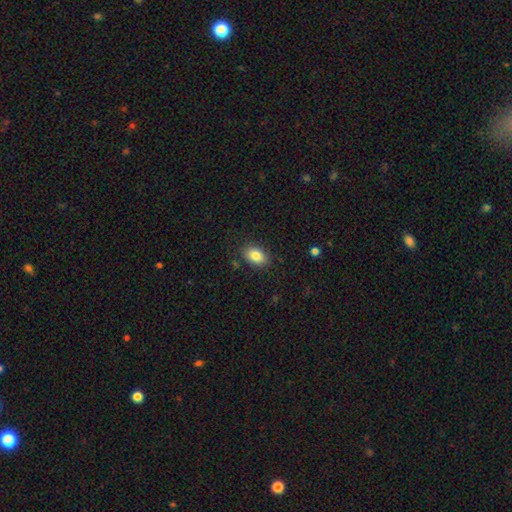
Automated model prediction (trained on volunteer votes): smooth 84%, star or artifact 8%, featured or disk 8%. Down the decision tree: how rounded — in between (85%); merging — none (86%).